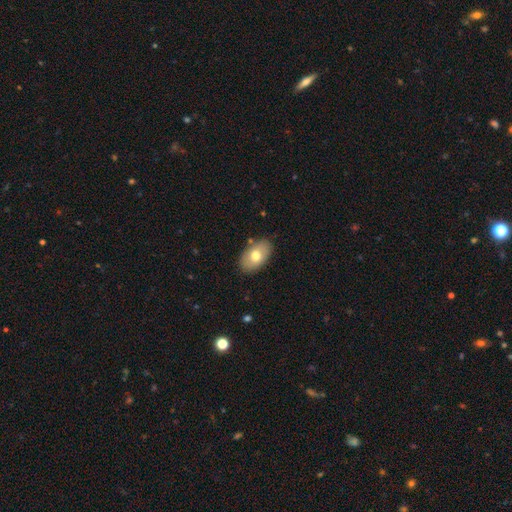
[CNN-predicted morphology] The model was most divided on "smooth or featured": smooth: 71%, featured or disk: 22%, star or artifact: 7%. More confident: how rounded — in between (92%); merging — none (85%).